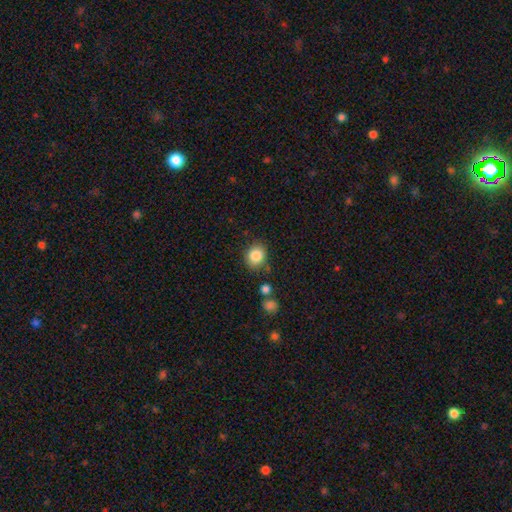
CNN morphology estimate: This is clearly a smooth galaxy (85%). How rounded: likely round (69%). Merging: likely none (80%).